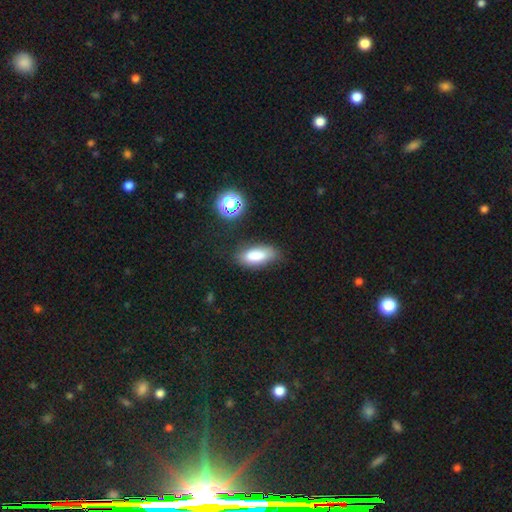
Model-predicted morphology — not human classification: smooth 83%, star or artifact 9%, featured or disk 8%. Down the decision tree: how rounded — in between (84%); merging — none (77%).